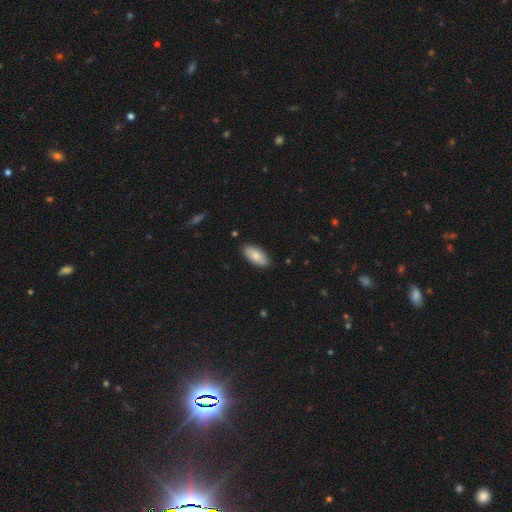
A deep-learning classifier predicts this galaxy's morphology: This appears to be a smooth galaxy with no disk features (79%) that is in between round and cigar-shaped (88%). Merging: none (88%).